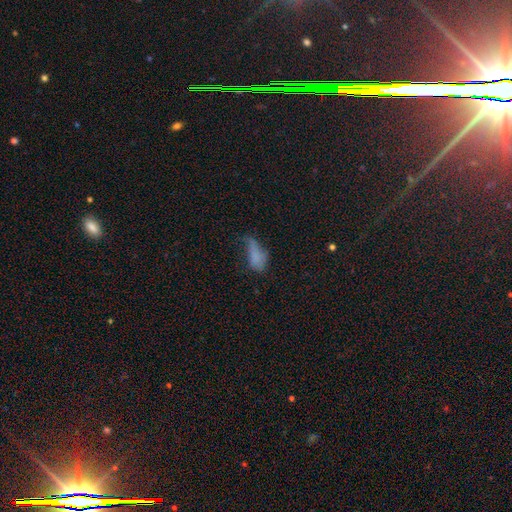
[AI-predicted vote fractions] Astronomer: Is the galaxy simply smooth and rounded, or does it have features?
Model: smooth — 66%.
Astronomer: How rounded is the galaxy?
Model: in between — 84%.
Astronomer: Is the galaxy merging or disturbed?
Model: major disturbance — 39% (runner-up: minor disturbance, 30%).